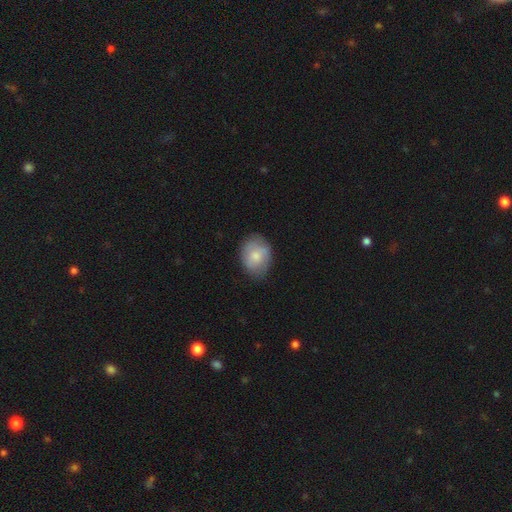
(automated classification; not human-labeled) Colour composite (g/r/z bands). It shows a smooth galaxy with no disk features (71%) that is in between round and cigar-shaped (65%). Merging: none (73%).